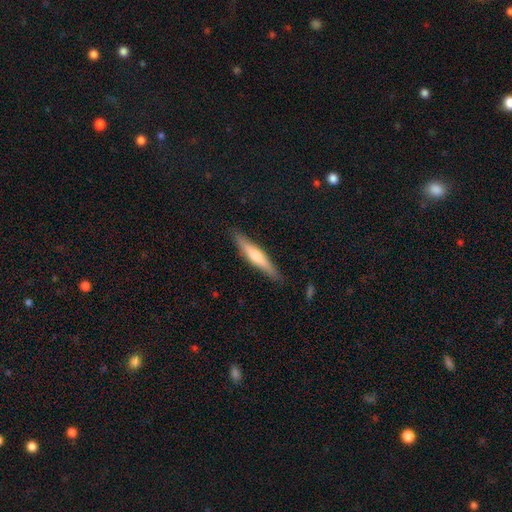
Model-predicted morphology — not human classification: Smooth or featured: featured or disk — 51% (smooth — 43%)
Edge-on disk: yes — 95% (no — 5%)
Merging: none — 88% (minor disturbance — 9%)